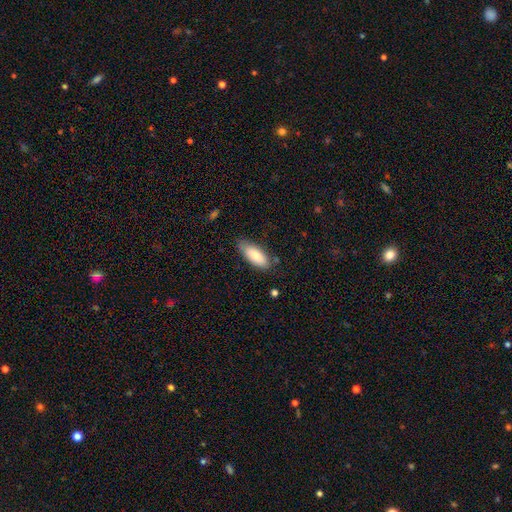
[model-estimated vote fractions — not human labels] smooth 81%, featured or disk 13%, star or artifact 6%. Down the decision tree: how rounded — in between (80%); merging — none (75%).